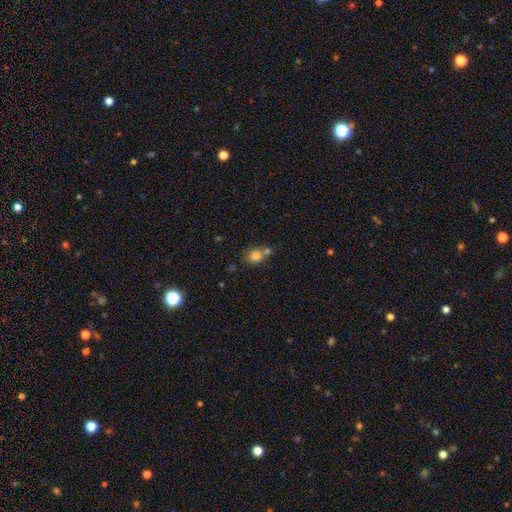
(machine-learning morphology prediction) smooth 80%, star or artifact 11%, featured or disk 9%. Down the decision tree: how rounded — round (71%); merging — none (50%).